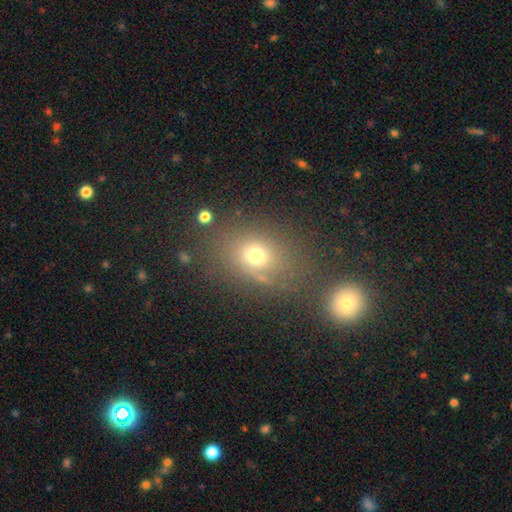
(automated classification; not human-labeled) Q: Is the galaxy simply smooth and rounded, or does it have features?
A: smooth — 66%.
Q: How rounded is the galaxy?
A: round — 49%, tied with in between.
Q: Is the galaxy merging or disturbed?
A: none — 69%.